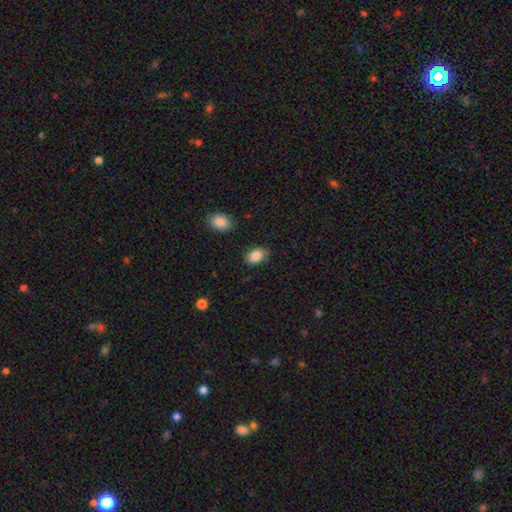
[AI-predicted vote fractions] smooth_or_featured: smooth (p=0.85) [alt: featured or disk p=0.08]
how_rounded: in between (p=0.83) [alt: round p=0.16]
merging: none (p=0.79) [alt: minor disturbance p=0.16]